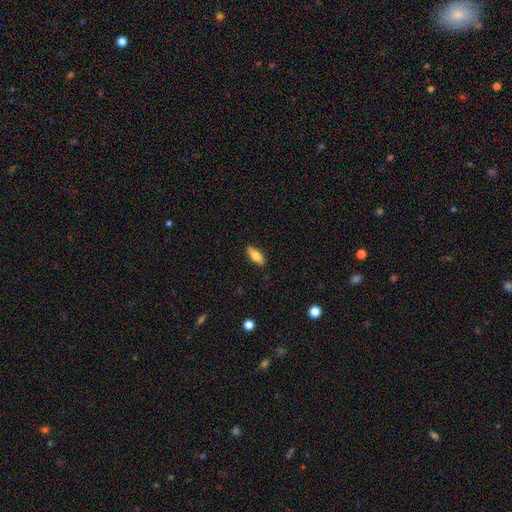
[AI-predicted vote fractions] Smooth or featured?
  - smooth: 75% *
  - featured or disk: 19%
  - star or artifact: 6%
How rounded?
  - in between: 74% *
  - cigar-shaped: 24%
  - round: 2%
Merging?
  - none: 89% *
  - minor disturbance: 8%
  - major disturbance: 2%
  - merger: 1%